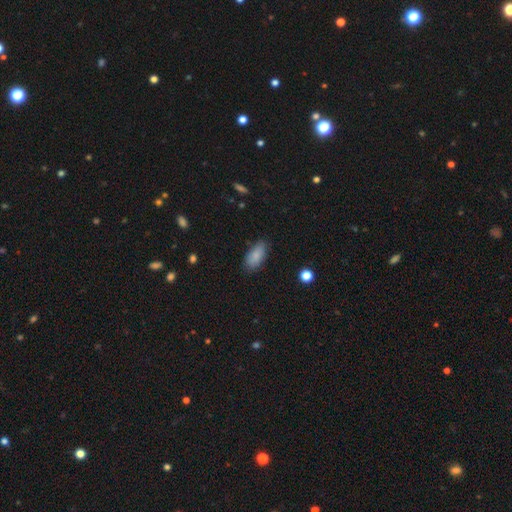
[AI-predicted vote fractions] This appears to be a smooth galaxy with no disk features (87%) that is in between round and cigar-shaped (90%). Merging: none (80%).